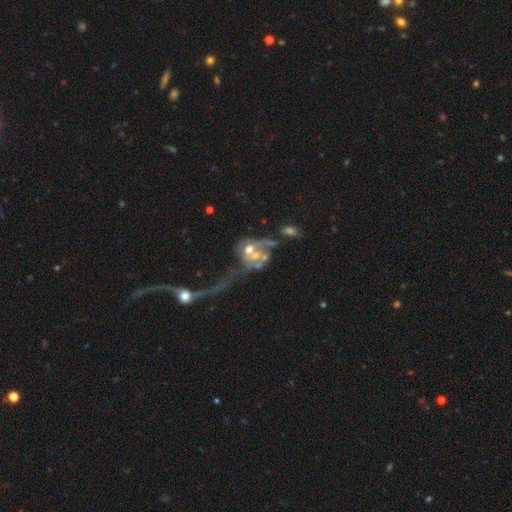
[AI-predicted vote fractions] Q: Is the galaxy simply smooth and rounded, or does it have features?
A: featured or disk — 67%.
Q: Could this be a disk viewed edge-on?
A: no — 96%.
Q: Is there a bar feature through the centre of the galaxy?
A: no — 77%.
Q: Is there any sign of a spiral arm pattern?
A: no — 52%.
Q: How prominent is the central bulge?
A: moderate — 54%.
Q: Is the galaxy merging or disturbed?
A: merger — 52%.